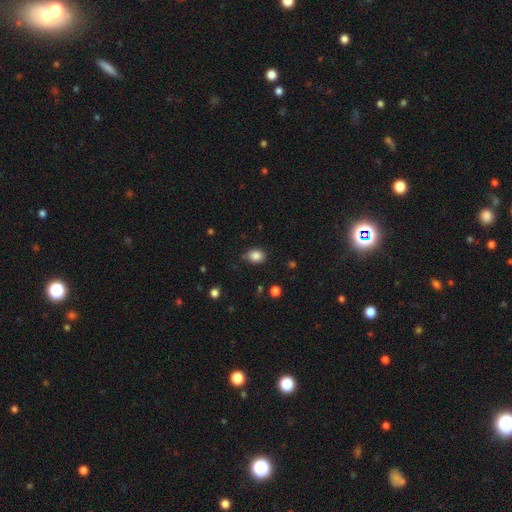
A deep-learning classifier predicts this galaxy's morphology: This is clearly a smooth galaxy (86%). How rounded: likely in between (61%). Merging: likely none (78%).